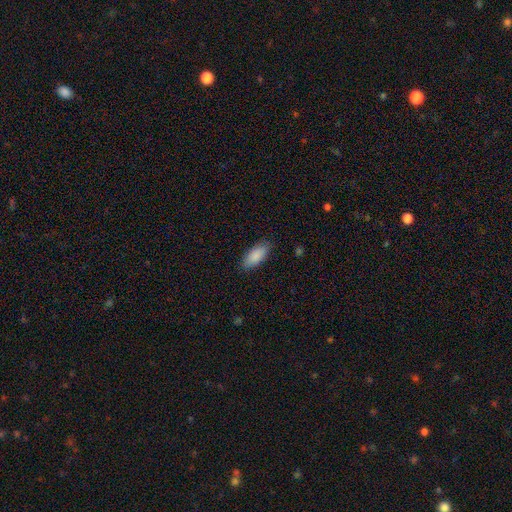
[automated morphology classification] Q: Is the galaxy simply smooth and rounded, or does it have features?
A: smooth — 88%.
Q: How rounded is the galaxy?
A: in between — 84%.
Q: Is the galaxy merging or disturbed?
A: none — 86%.